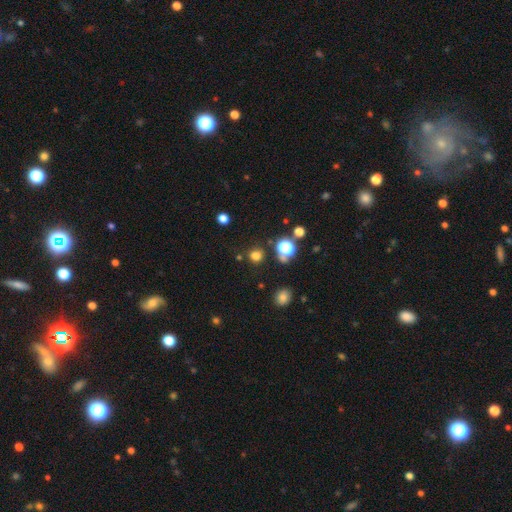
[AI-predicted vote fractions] Smooth or featured?
  - smooth: 72% *
  - star or artifact: 23%
  - featured or disk: 5%
How rounded?
  - round: 91% *
  - in between: 8%
  - cigar-shaped: 1%
Merging?
  - none: 84% *
  - minor disturbance: 8%
  - merger: 4%
  - major disturbance: 3%